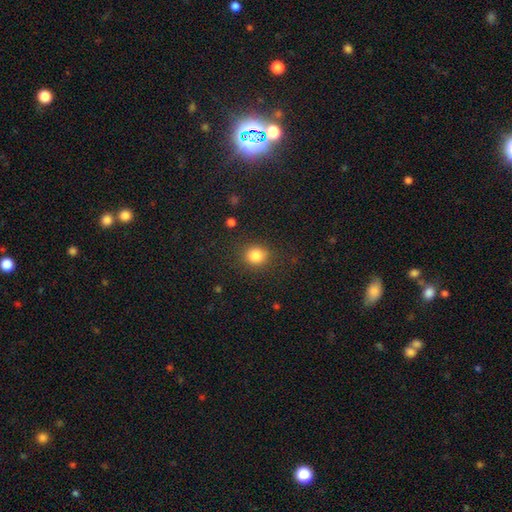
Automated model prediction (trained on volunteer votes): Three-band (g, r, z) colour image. It shows a smooth galaxy with no disk features (83%) that is round (81%). Merging: none (86%).